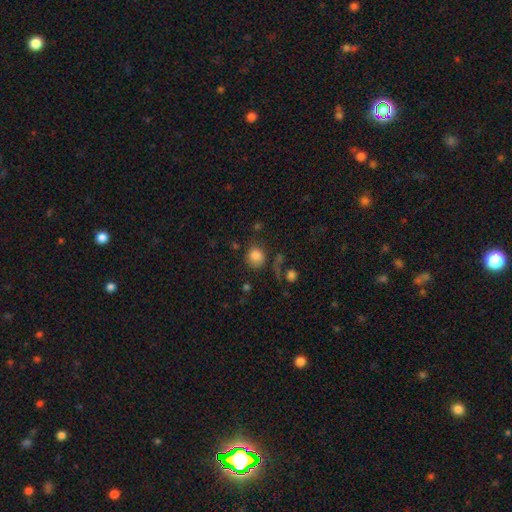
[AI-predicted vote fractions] A smooth galaxy with no disk features (82%) that is round (77%). Merging: none (59%).